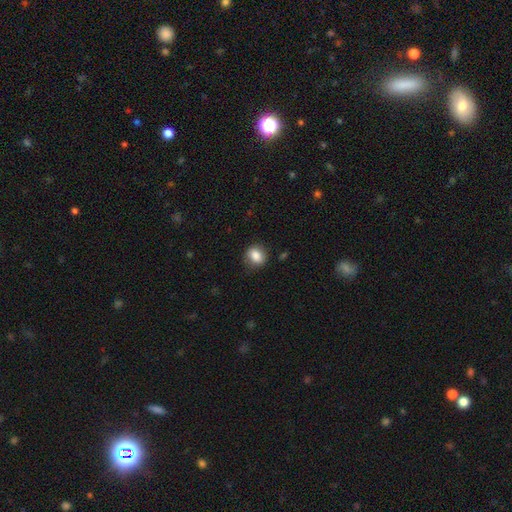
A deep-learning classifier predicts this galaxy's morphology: Q: Smooth or featured?
A: smooth (84%); runner-up: star or artifact (8%)
Q: How rounded?
A: round (55%); runner-up: in between (43%)
Q: Merging?
A: none (83%); runner-up: minor disturbance (13%)